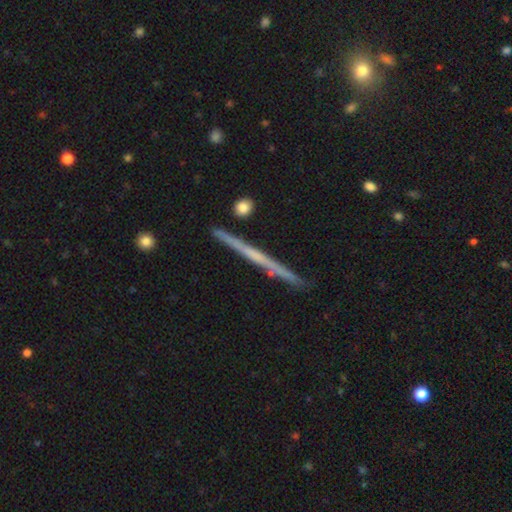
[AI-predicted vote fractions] The model was most divided on "smooth or featured": featured or disk: 63%, smooth: 31%, star or artifact: 6%. More confident: edge-on disk — yes (98%); merging — none (91%); edge-on bulge — none (80%).